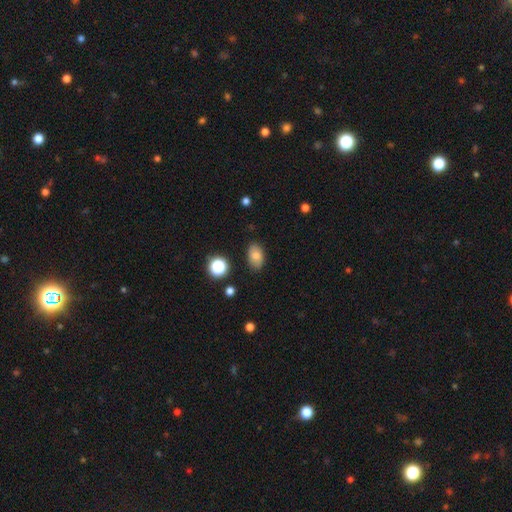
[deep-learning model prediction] Morphology: type=smooth (80%); roundness=in between (88%); merging=none (83%).